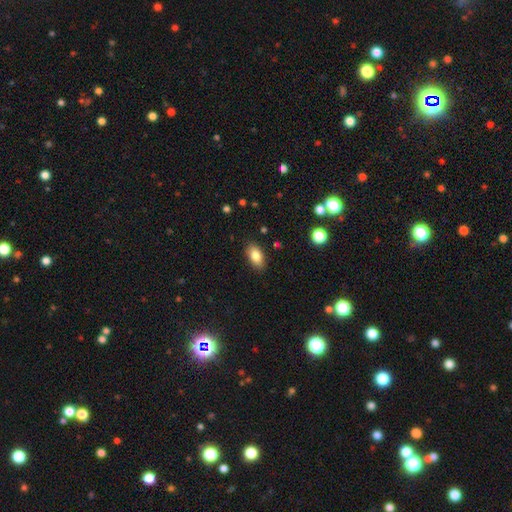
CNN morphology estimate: A smooth galaxy with no disk features (84%) that is in between round and cigar-shaped (91%). Merging: none (86%).